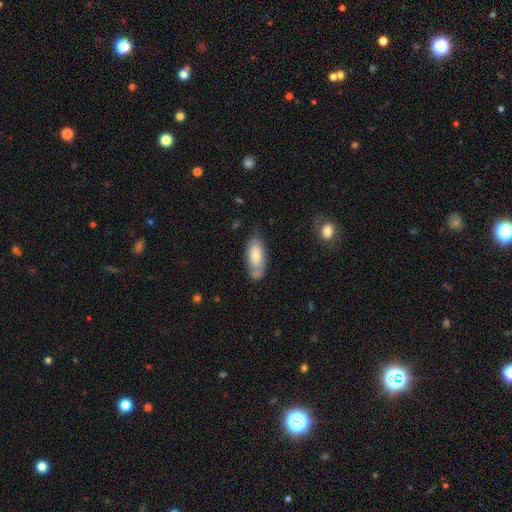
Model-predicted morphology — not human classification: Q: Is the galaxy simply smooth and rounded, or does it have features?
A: smooth — 77%.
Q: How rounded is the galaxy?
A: in between — 83%.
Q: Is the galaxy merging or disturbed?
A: none — 61%.